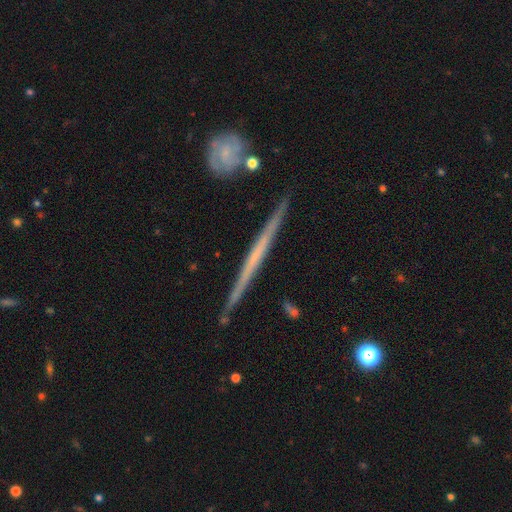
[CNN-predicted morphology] smooth-or-featured: featured or disk: 68% | smooth: 26% | star or artifact: 5%
  disk-edge-on: yes: 98% | no: 2%
    edge-on-bulge: none: 87% | rounded: 8% | boxy: 5%
  merging: none: 89% | minor disturbance: 8% | merger: 2% | major disturbance: 1%